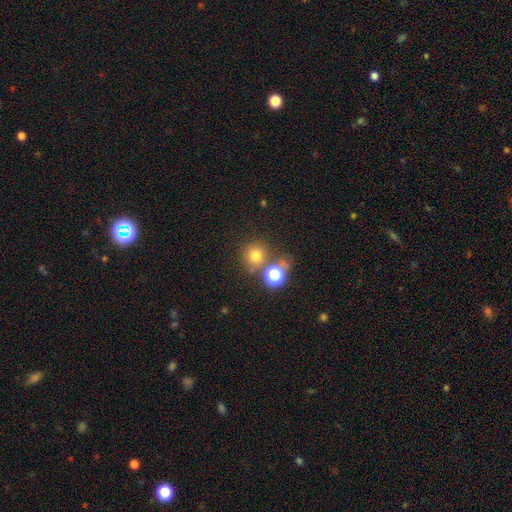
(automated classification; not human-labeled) Smooth or featured? smooth (72%)
How rounded? round (90%)
Merging? none (68%)